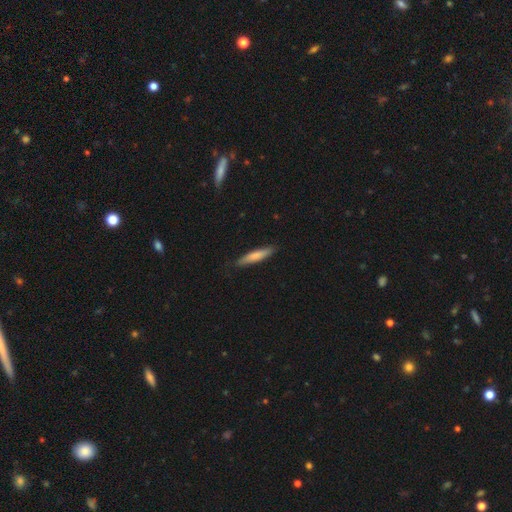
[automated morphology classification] Overall: smooth (74%). How rounded: cigar-shaped (87%). Merging: none (86%).